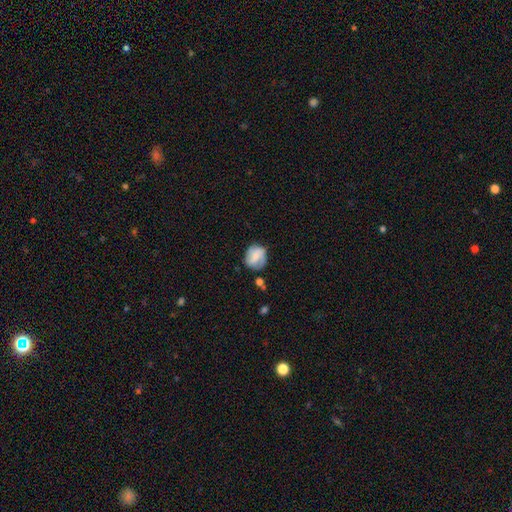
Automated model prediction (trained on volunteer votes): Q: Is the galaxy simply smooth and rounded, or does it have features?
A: smooth — 55%.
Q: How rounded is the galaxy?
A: round — 67%.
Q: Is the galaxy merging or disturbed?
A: none — 61%.